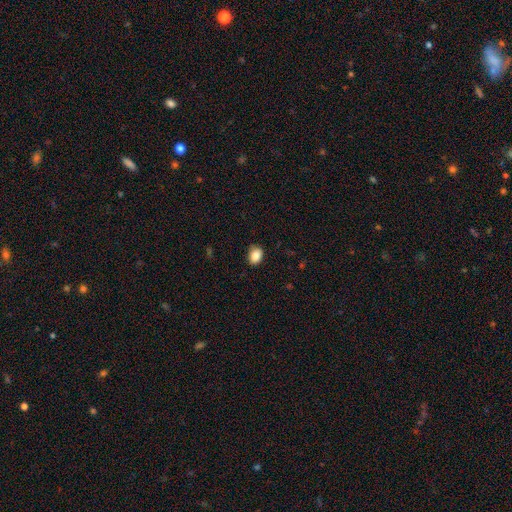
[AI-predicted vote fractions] Overall: smooth (88%). How rounded: in between (70%). Merging: none (79%).